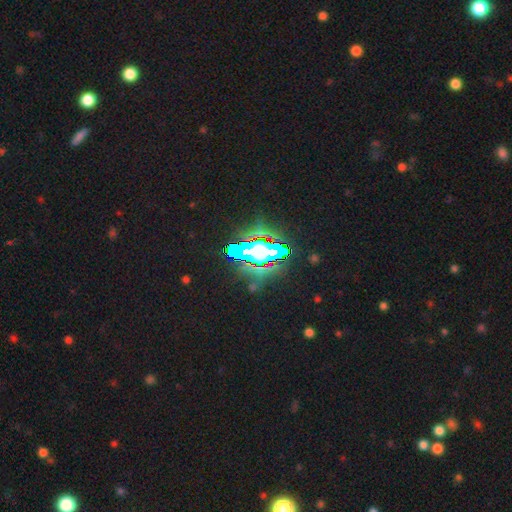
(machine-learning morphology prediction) A star or artifact, not a galaxy (69%).

Vote fractions:
- Smooth or featured? star or artifact: 69% / smooth: 16% / featured or disk: 15%